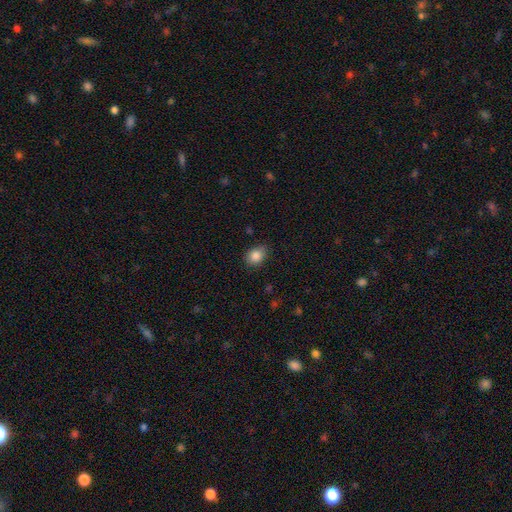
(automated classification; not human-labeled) Smooth or featured? Predicted: smooth (p=0.86). How rounded? Predicted: in between (p=0.59). Merging? Predicted: none (p=0.79).